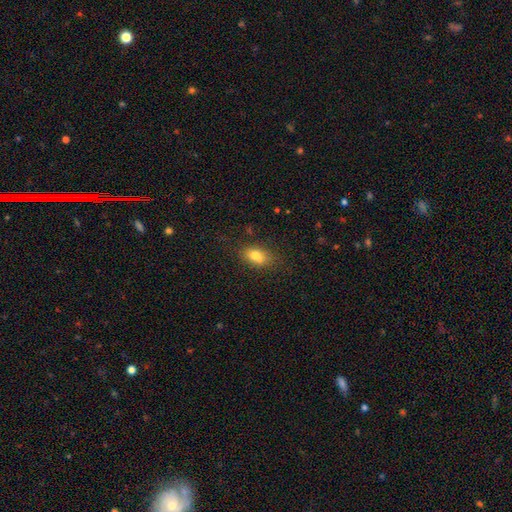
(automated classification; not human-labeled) smooth_or_featured: smooth (p=0.78) [alt: featured or disk p=0.13]
how_rounded: in between (p=0.84) [alt: round p=0.10]
merging: none (p=0.71) [alt: minor disturbance p=0.18]